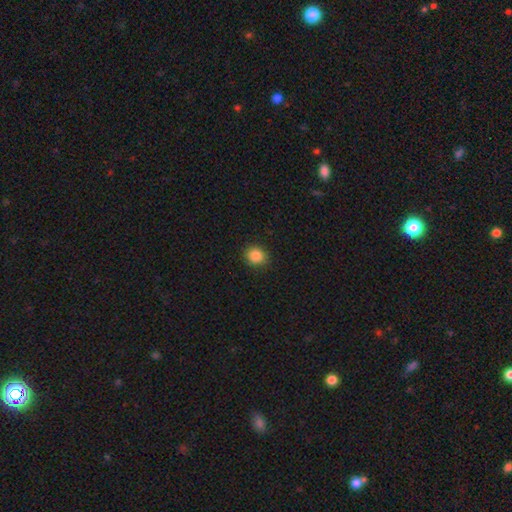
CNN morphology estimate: Smooth or featured? Predicted: smooth (p=0.86). How rounded? Predicted: round (p=0.79). Merging? Predicted: none (p=0.89).